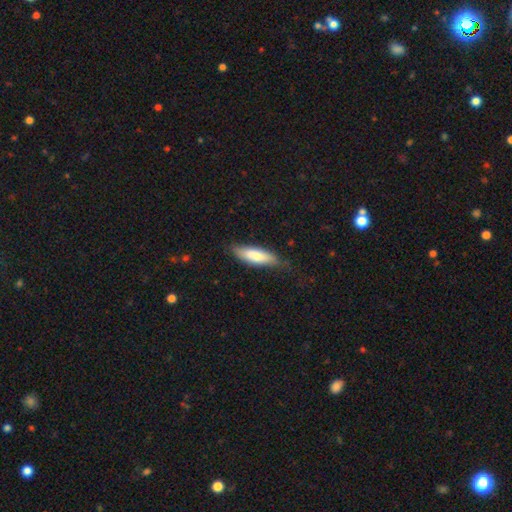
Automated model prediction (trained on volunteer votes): Overall: smooth (77%). How rounded: in between (52%; cigar-shaped 47%). Merging: none (69%).